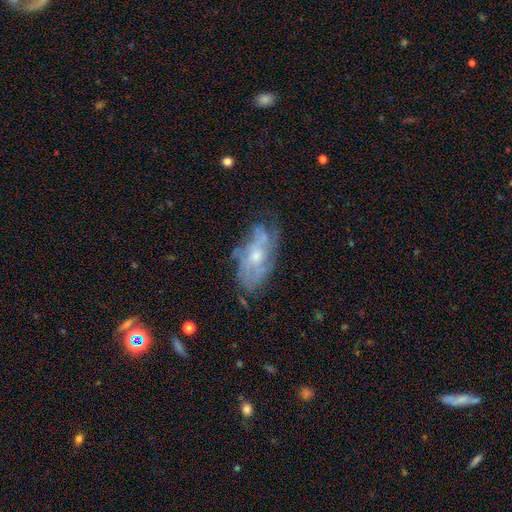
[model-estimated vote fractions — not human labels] A featured or disk galaxy (71%) with no bar (77%), spiral arms (71%) and a moderate central bulge (48%). Merging: none (61%).